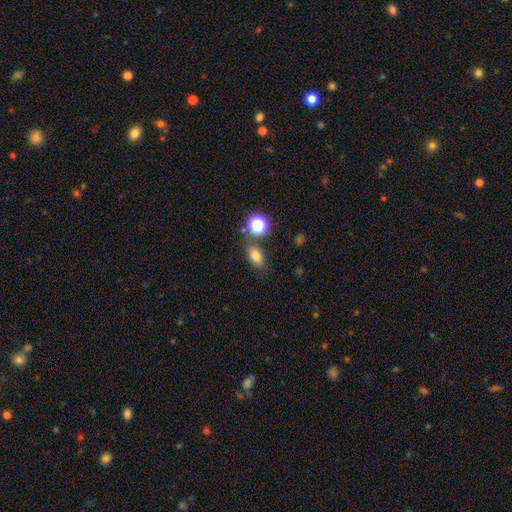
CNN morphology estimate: smooth-or-featured: smooth: 77% | star or artifact: 14% | featured or disk: 9%
  how-rounded: in between: 78% | round: 18% | cigar-shaped: 4%
  merging: none: 76% | minor disturbance: 12% | merger: 9% | major disturbance: 4%